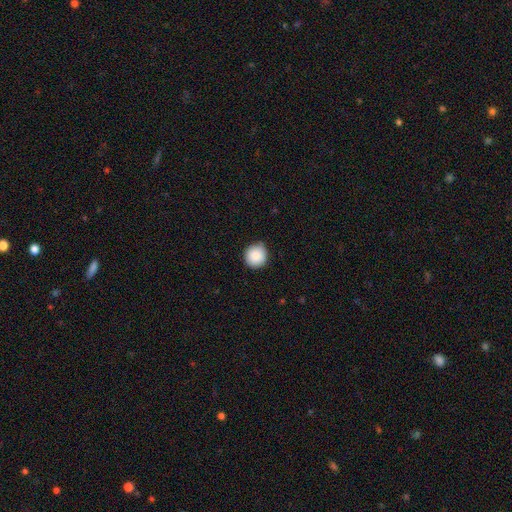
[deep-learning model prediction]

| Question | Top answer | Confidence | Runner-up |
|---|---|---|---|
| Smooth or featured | smooth | 88% | star or artifact (8%) |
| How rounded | round | 94% | in between (5%) |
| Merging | none | 84% | minor disturbance (13%) |